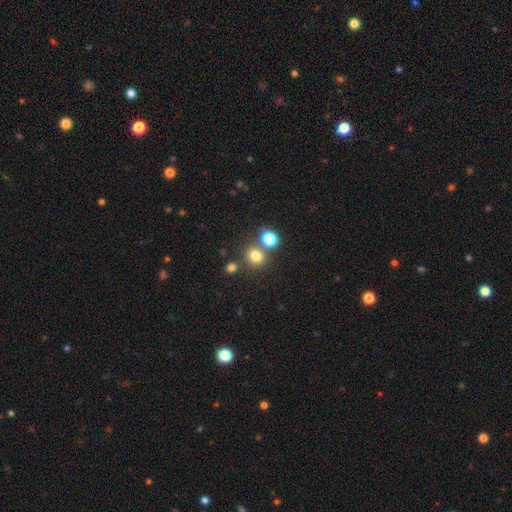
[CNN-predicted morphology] Q: Smooth or featured?
A: smooth (77%); runner-up: star or artifact (16%)
Q: How rounded?
A: round (78%); runner-up: in between (21%)
Q: Merging?
A: none (69%); runner-up: merger (19%)